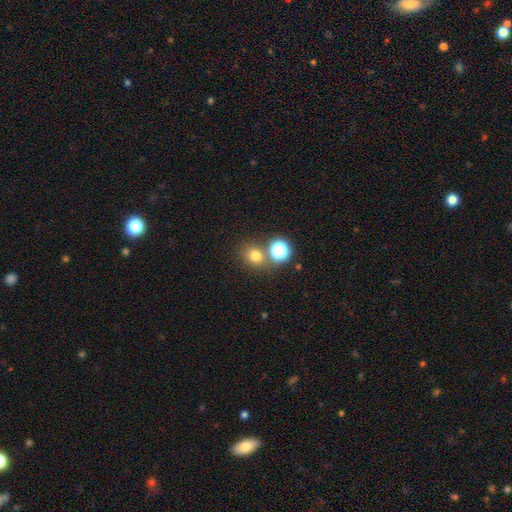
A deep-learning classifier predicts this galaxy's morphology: smooth 71%, star or artifact 21%, featured or disk 8%. Down the decision tree: how rounded — round (77%); merging — none (69%).